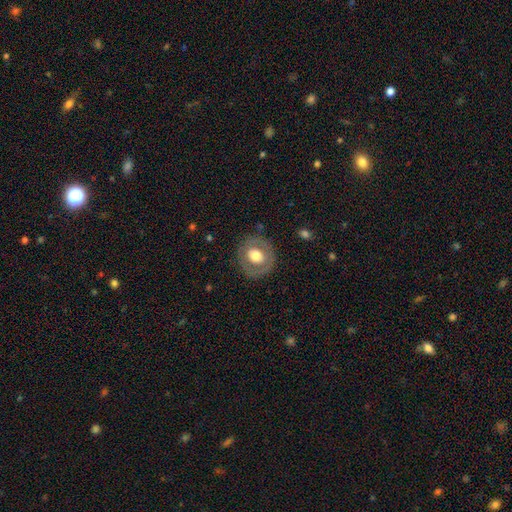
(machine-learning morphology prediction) The model was most divided on "smooth or featured": smooth: 52%, featured or disk: 42%, star or artifact: 6%. More confident: how rounded — round (83%); merging — none (83%).